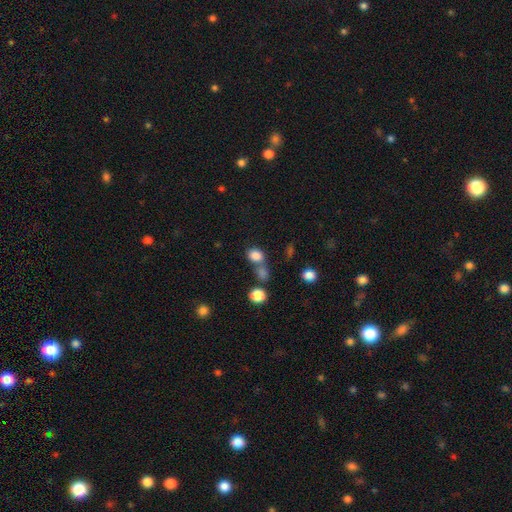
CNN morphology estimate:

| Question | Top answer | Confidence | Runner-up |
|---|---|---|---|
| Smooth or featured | smooth | 82% | star or artifact (12%) |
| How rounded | round | 51% | in between (48%) |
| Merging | none | 51% | merger (33%) |